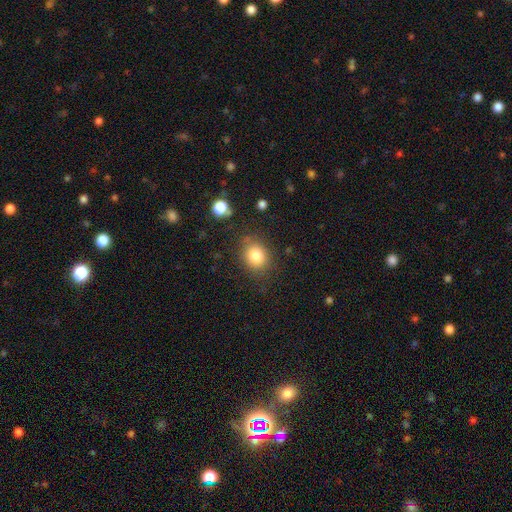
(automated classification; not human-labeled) Smooth or featured?
  - smooth: 82% *
  - star or artifact: 10%
  - featured or disk: 7%
How rounded?
  - round: 62% *
  - in between: 37%
  - cigar-shaped: 1%
Merging?
  - none: 80% *
  - minor disturbance: 13%
  - major disturbance: 5%
  - merger: 3%